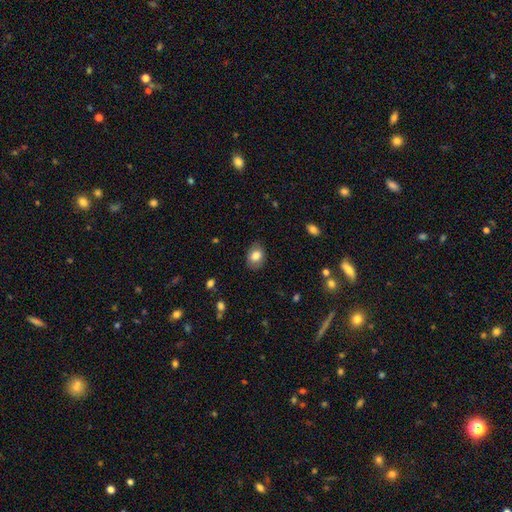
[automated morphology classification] smooth-or-featured: smooth: 78% | featured or disk: 14% | star or artifact: 8%
  how-rounded: in between: 68% | round: 31% | cigar-shaped: 1%
  merging: none: 82% | minor disturbance: 13% | major disturbance: 3% | merger: 1%